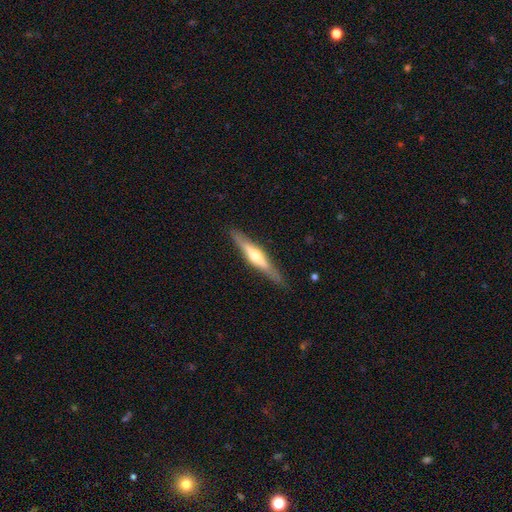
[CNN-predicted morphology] type=featured or disk (66%); edge-on=yes (96%); edge-on bulge=rounded (85%); merging=none (88%).